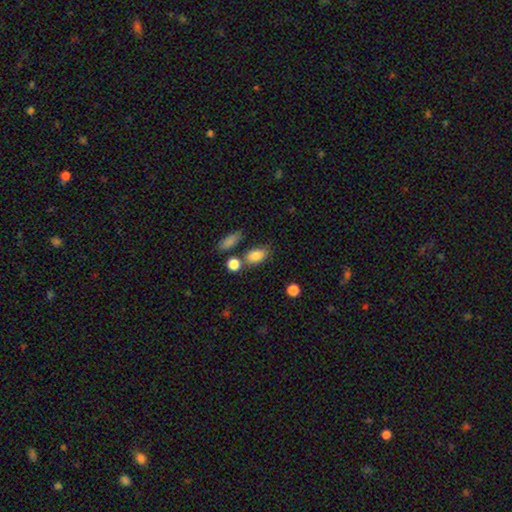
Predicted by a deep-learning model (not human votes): Smooth or featured?
  - smooth: 82% *
  - featured or disk: 9%
  - star or artifact: 8%
How rounded?
  - in between: 82% *
  - round: 14%
  - cigar-shaped: 4%
Merging?
  - none: 64% *
  - minor disturbance: 16%
  - merger: 15%
  - major disturbance: 5%